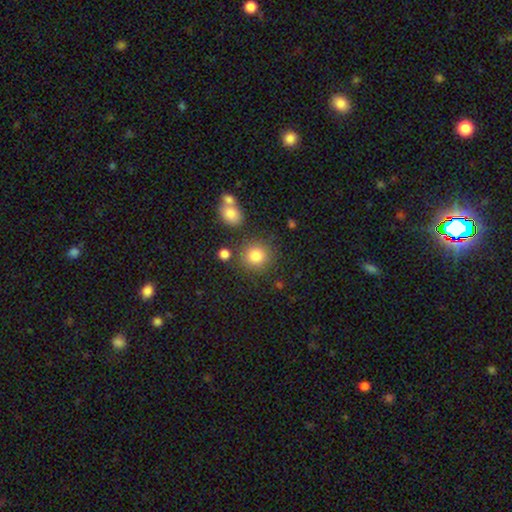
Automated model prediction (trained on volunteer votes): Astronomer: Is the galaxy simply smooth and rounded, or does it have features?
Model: smooth — 82%.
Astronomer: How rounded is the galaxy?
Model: round — 88%.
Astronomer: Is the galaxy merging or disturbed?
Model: none — 80%.